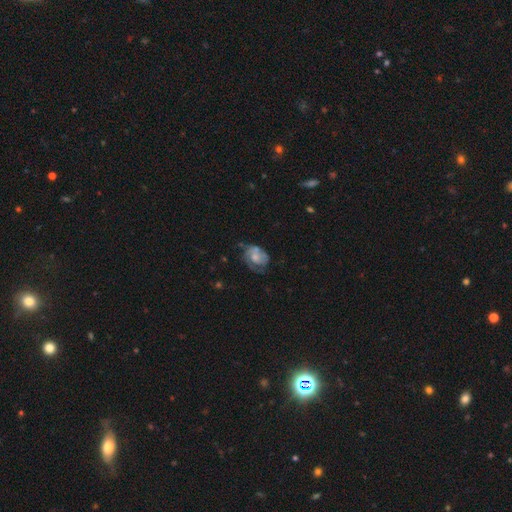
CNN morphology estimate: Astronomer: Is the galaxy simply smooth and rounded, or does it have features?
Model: featured or disk — 58% (runner-up: smooth, 34%).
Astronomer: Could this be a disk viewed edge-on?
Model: no — 97%.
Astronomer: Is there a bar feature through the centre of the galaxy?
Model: no — 79%.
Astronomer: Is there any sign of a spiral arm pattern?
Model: yes — 69%.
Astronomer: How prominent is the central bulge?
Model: moderate — 47% (runner-up: small, 36%).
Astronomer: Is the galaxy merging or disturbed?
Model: none — 44% (runner-up: minor disturbance, 29%).